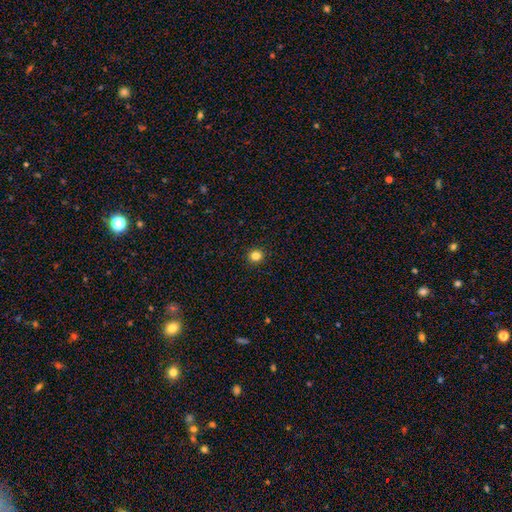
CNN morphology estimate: A smooth galaxy with no disk features (83%) that is round (92%). Merging: none (93%).